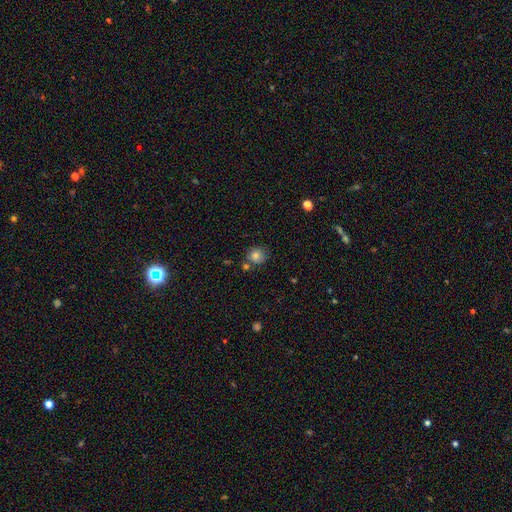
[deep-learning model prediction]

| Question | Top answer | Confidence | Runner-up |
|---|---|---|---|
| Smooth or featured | smooth | 81% | star or artifact (11%) |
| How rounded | round | 89% | in between (11%) |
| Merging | none | 72% | merger (13%) |